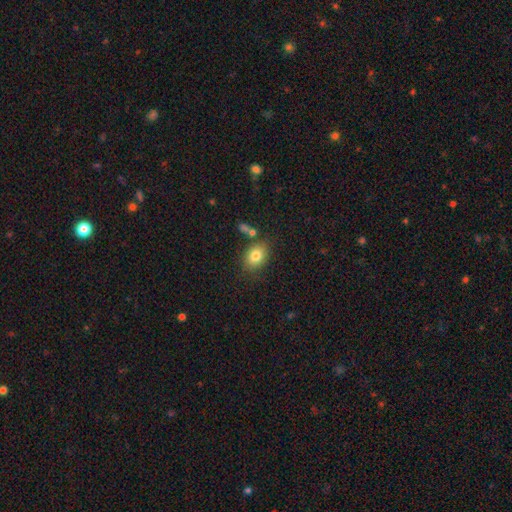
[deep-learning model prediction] This is clearly a smooth galaxy (81%). How rounded: likely in between (71%). Merging: likely none (77%).